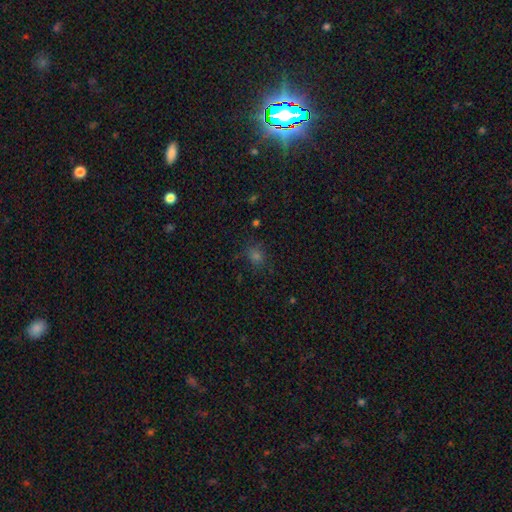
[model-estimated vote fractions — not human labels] The model was most divided on "smooth or featured": smooth: 53%, star or artifact: 38%, featured or disk: 9%. More confident: merging — none (78%); how rounded — round (70%).